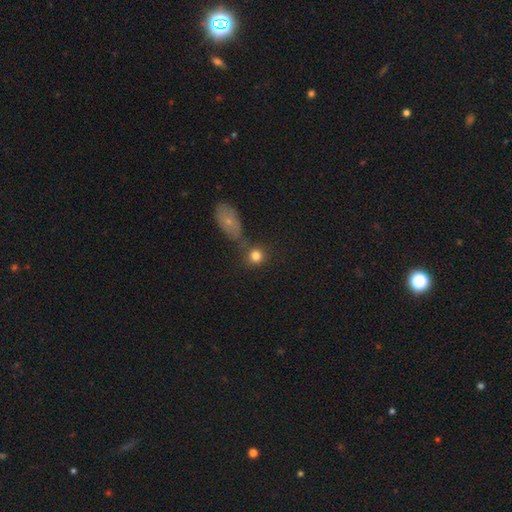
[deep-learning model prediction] This is clearly a smooth galaxy (80%). How rounded: clearly round (85%). Merging: likely none (66%).